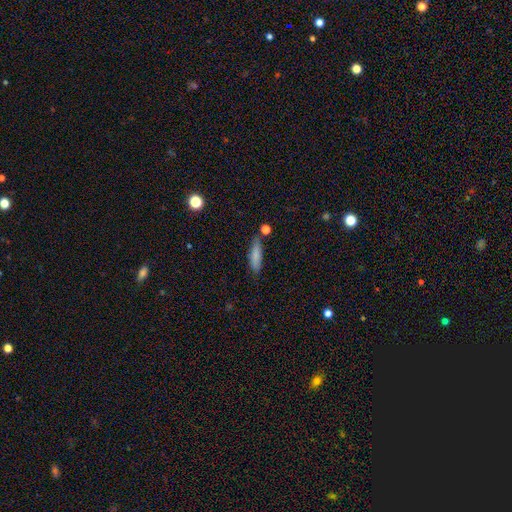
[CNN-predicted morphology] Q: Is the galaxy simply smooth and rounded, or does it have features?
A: smooth — 80%.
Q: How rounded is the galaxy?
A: cigar-shaped — 66%.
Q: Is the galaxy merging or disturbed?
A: none — 73%.